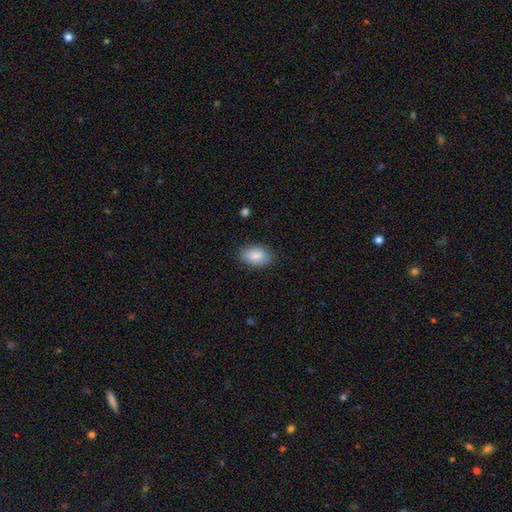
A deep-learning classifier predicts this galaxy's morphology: smooth 87%, featured or disk 7%, star or artifact 6%. Down the decision tree: how rounded — in between (93%); merging — none (85%).